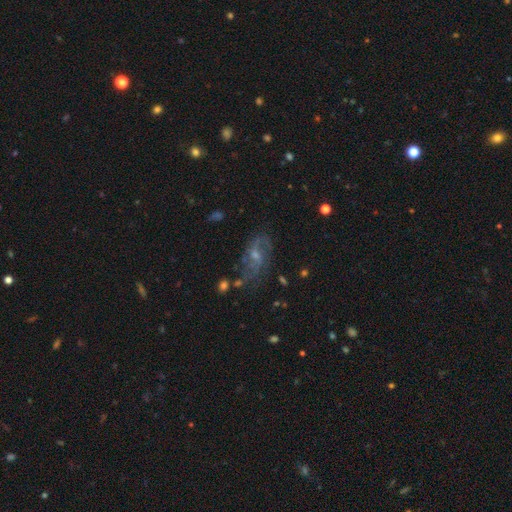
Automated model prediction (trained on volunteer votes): Smooth or featured? featured or disk (72%)
Edge-on disk? no (95%)
Bar? weak (47%)
Spiral arms? yes (86%)
Spiral winding? medium (42%)
Spiral arm count? 2 (62%)
Bulge size? small (51%)
Merging? none (62%)